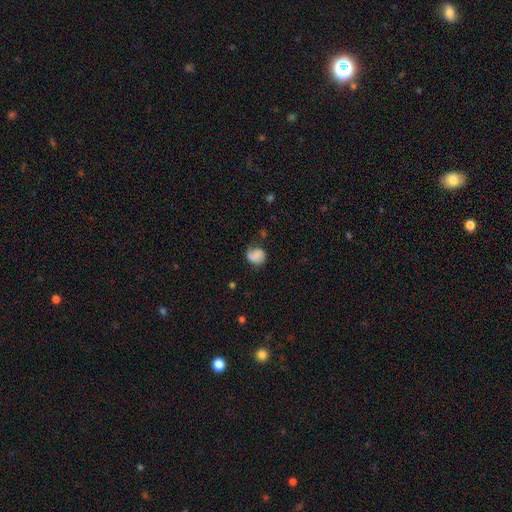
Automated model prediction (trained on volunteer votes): Smooth or featured? Predicted: smooth (p=0.63). How rounded? Predicted: round (p=0.66). Merging? Predicted: none (p=0.54).